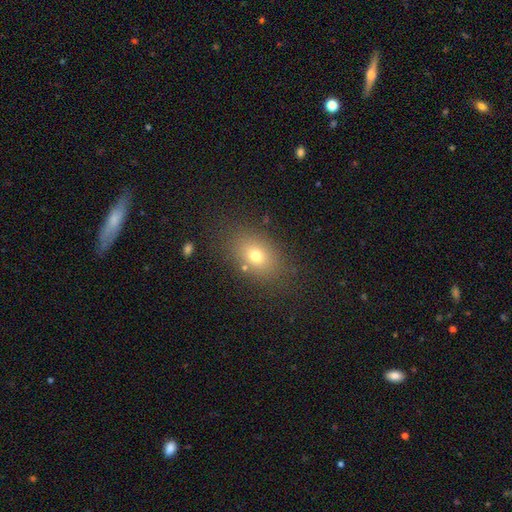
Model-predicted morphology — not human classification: This appears to be a smooth galaxy with no disk features (71%) that is in between round and cigar-shaped (75%). Merging: none (81%).